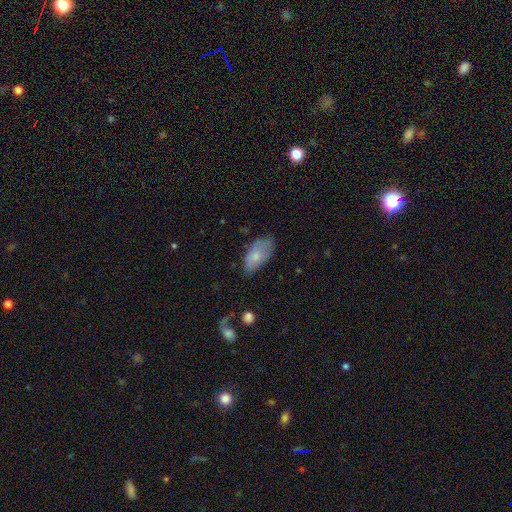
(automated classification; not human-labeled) Smooth or featured?
  - smooth: 73% *
  - featured or disk: 20%
  - star or artifact: 7%
How rounded?
  - in between: 94% *
  - round: 3%
  - cigar-shaped: 3%
Merging?
  - none: 58% *
  - minor disturbance: 31%
  - major disturbance: 9%
  - merger: 2%